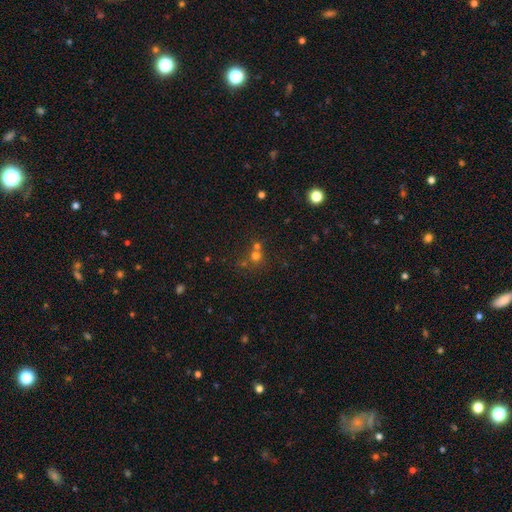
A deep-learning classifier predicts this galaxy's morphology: The model was most divided on "merging": none: 49%, merger: 41%, minor disturbance: 6%, major disturbance: 3%. More confident: how rounded — round (87%); smooth or featured — smooth (64%).